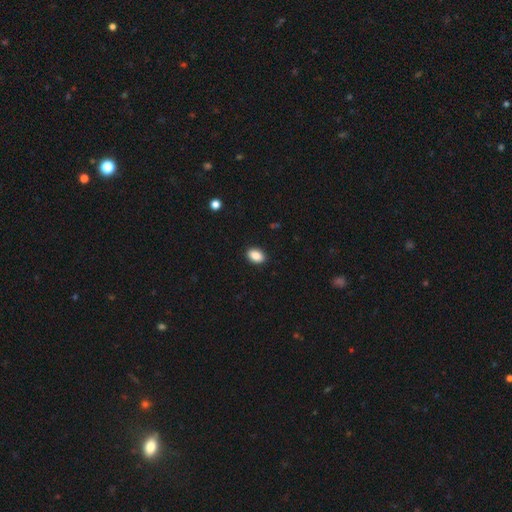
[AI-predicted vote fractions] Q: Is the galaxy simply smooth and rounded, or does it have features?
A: smooth — 88%.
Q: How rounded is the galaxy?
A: in between — 86%.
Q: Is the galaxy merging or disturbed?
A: none — 90%.